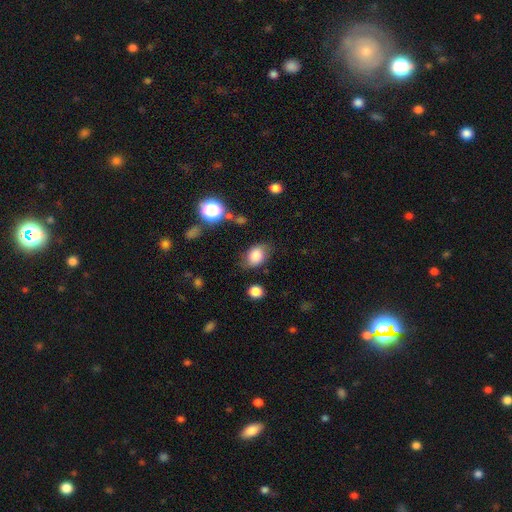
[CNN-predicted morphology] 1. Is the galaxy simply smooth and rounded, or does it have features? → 79% smooth, 11% featured or disk, 10% star or artifact.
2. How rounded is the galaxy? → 75% in between, 24% round, 1% cigar-shaped.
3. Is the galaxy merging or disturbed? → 70% none, 21% minor disturbance, 6% major disturbance, 3% merger.